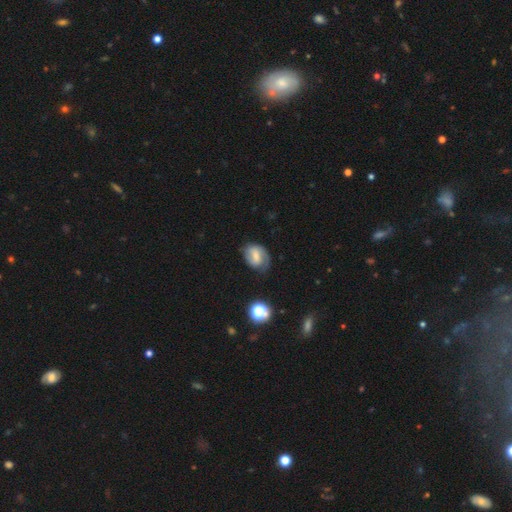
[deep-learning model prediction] smooth-or-featured: featured or disk: 53% | smooth: 38% | star or artifact: 9%
  disk-edge-on: no: 96% | yes: 4%
    bar: weak: 50% | strong: 27% | no: 23%
    has-spiral-arms: yes: 82% | no: 18%
    bulge-size: small: 44% | moderate: 37% | none: 12% | large: 5% | dominant: 1%
  merging: none: 60% | minor disturbance: 26% | major disturbance: 11% | merger: 2%